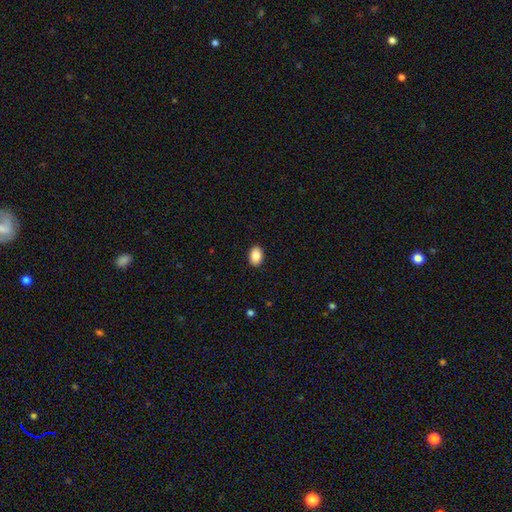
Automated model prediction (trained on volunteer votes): Q: Smooth or featured?
A: smooth (88%); runner-up: star or artifact (7%)
Q: How rounded?
A: in between (84%); runner-up: round (15%)
Q: Merging?
A: none (90%); runner-up: minor disturbance (7%)